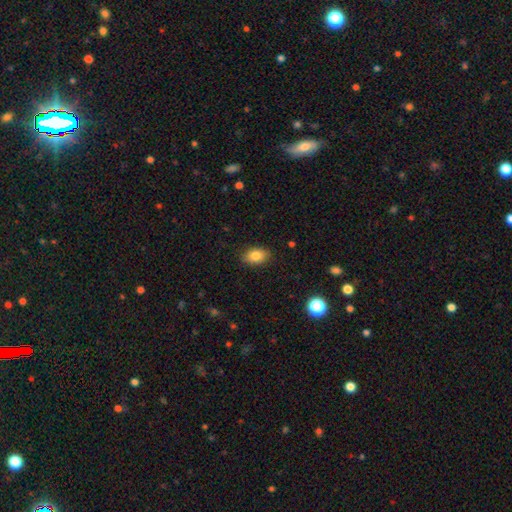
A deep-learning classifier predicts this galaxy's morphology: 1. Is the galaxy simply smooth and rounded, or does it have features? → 82% smooth, 9% featured or disk, 9% star or artifact.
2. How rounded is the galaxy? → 85% in between, 13% round, 2% cigar-shaped.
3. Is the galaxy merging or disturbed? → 87% none, 10% minor disturbance, 2% major disturbance, 1% merger.